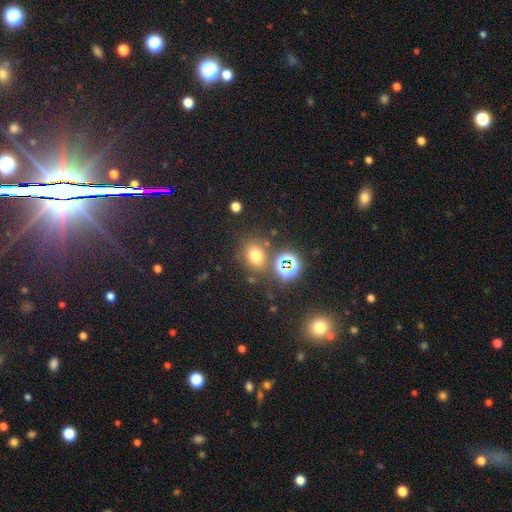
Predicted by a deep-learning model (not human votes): This is likely a smooth galaxy (66%). How rounded: possibly round (58%). Merging: likely none (74%).